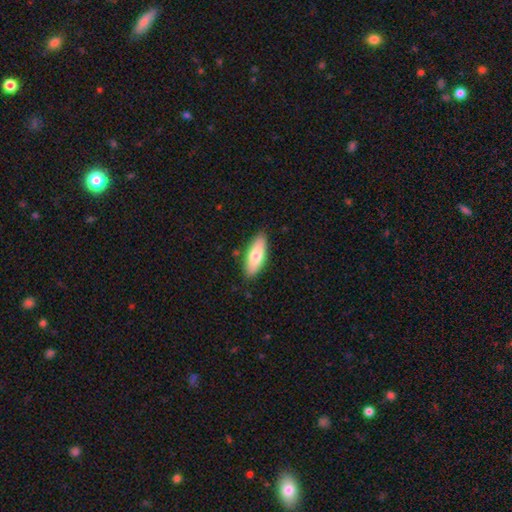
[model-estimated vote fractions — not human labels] Smooth or featured? Predicted: smooth (p=0.74). How rounded? Predicted: in between (p=0.72). Merging? Predicted: none (p=0.86).